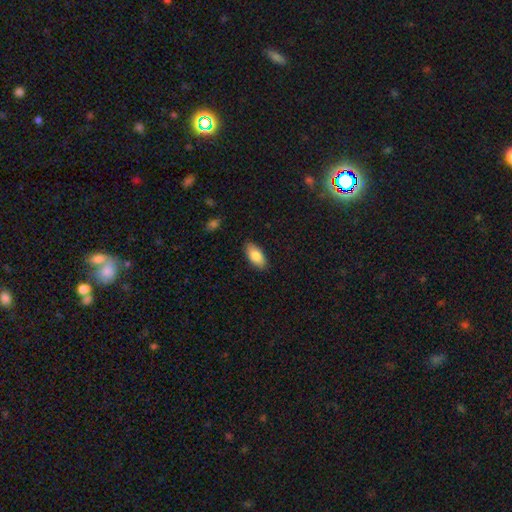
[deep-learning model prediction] Morphology: type=smooth (85%); roundness=in between (90%); merging=none (88%).